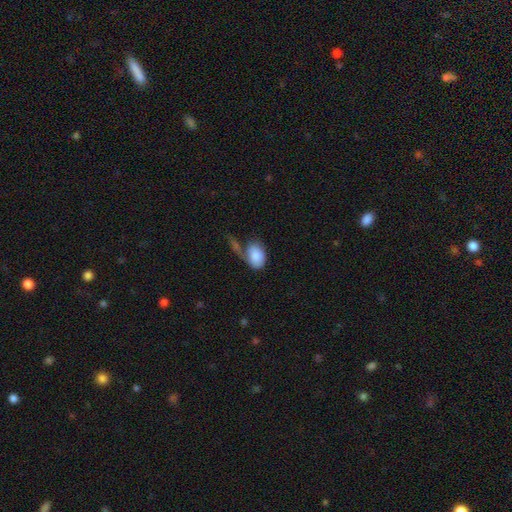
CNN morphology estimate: smooth 82%, featured or disk 12%, star or artifact 6%. Down the decision tree: how rounded — in between (87%); merging — none (33%).